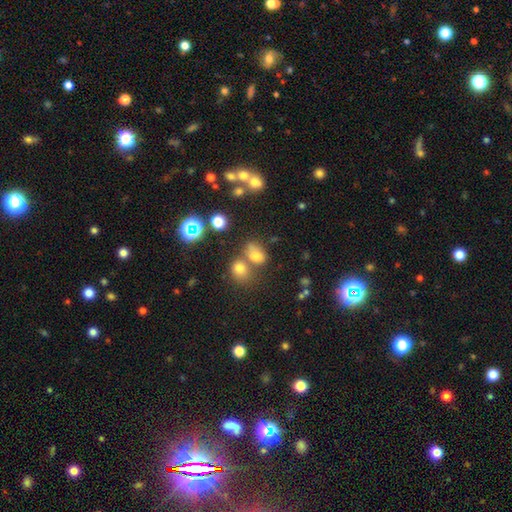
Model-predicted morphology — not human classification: This appears to be a smooth galaxy with no disk features (70%) that is in between round and cigar-shaped (70%). Merging: none (42%).